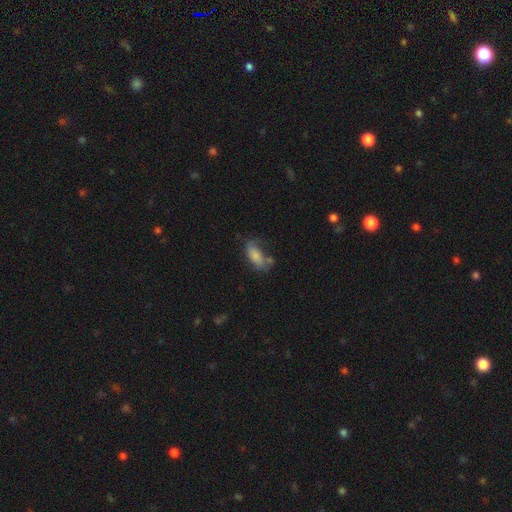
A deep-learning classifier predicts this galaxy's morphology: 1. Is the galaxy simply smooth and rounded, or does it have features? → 70% smooth, 22% featured or disk, 8% star or artifact.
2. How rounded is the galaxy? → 83% in between, 14% cigar-shaped, 3% round.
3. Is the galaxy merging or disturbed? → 41% none, 28% minor disturbance, 18% major disturbance, 14% merger.